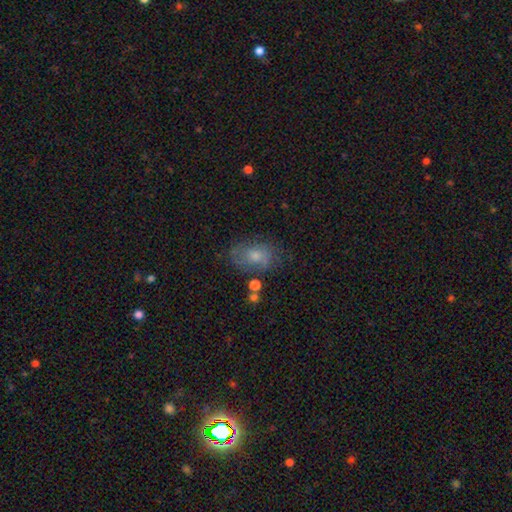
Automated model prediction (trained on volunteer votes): This is possibly a smooth galaxy (47%). Merging: likely none (67%).